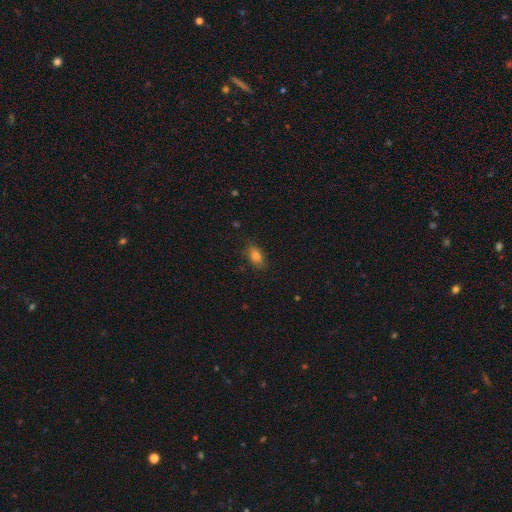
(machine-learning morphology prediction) Smooth or featured?
  - smooth: 81% *
  - star or artifact: 11%
  - featured or disk: 8%
How rounded?
  - in between: 85% *
  - round: 10%
  - cigar-shaped: 5%
Merging?
  - none: 79% *
  - minor disturbance: 17%
  - major disturbance: 4%
  - merger: 1%